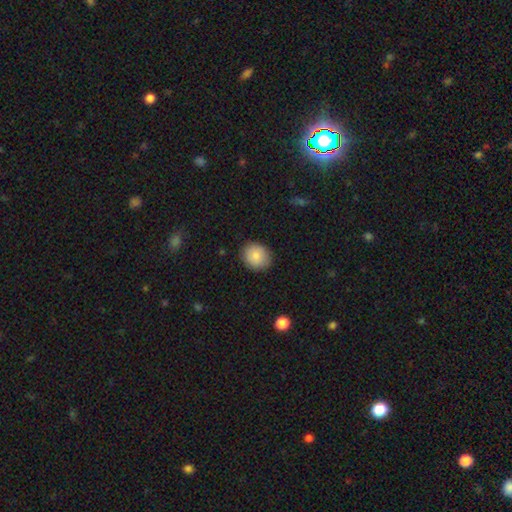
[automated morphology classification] smooth-or-featured: smooth: 84% | featured or disk: 8% | star or artifact: 8%
  how-rounded: round: 75% | in between: 24% | cigar-shaped: 1%
  merging: none: 88% | minor disturbance: 9% | major disturbance: 2% | merger: 1%